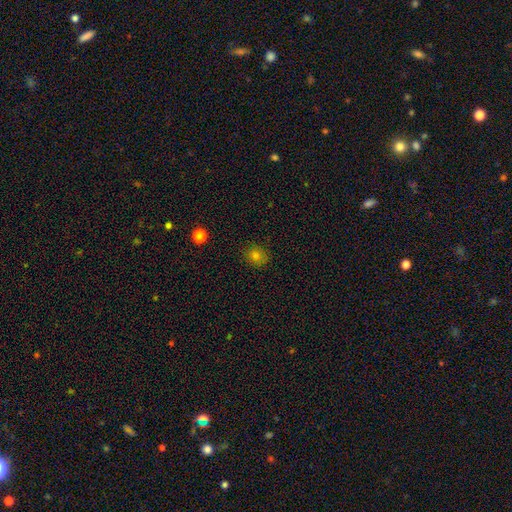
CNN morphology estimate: Q: Smooth or featured?
A: smooth (76%); runner-up: star or artifact (17%)
Q: How rounded?
A: round (79%); runner-up: in between (20%)
Q: Merging?
A: none (86%); runner-up: minor disturbance (10%)